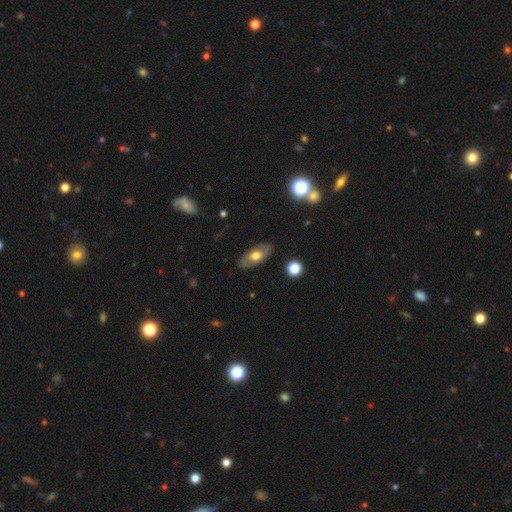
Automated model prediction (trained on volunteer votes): This is possibly a featured or disk galaxy (50%). Merging: clearly none (82%).